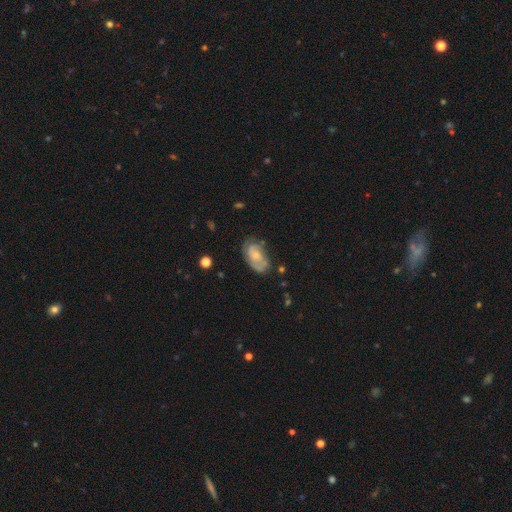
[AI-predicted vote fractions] smooth_or_featured: featured or disk (p=0.56) [alt: smooth p=0.36]
disk_edge_on: no (p=0.95) [alt: yes p=0.05]
bar: no (p=0.73) [alt: weak p=0.24]
has_spiral_arms: yes (p=0.77) [alt: no p=0.23]
bulge_size: small (p=0.54) [alt: moderate p=0.32]
merging: none (p=0.59) [alt: minor disturbance p=0.27]